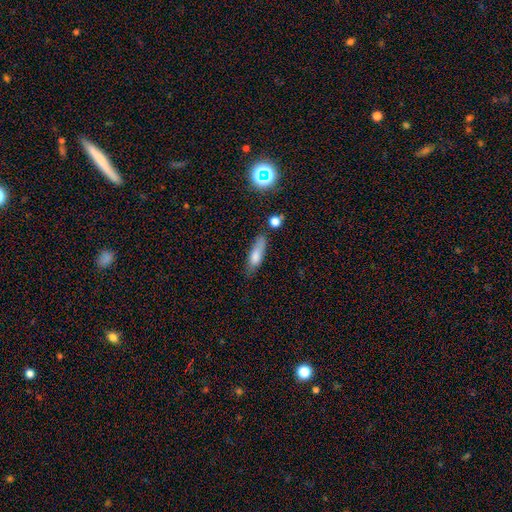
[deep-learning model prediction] The model was most divided on "how rounded": cigar-shaped: 52%, in between: 44%, round: 3%. More confident: smooth or featured — smooth (72%); merging — none (58%).